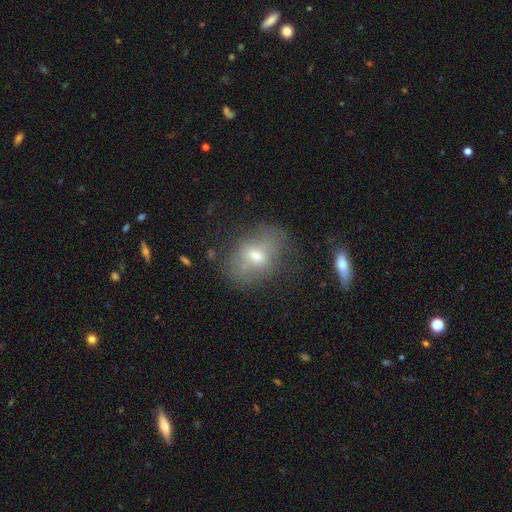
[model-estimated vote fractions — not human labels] Q: Smooth or featured?
A: smooth (49%); runner-up: featured or disk (39%)
Q: Merging?
A: none (56%); runner-up: minor disturbance (23%)